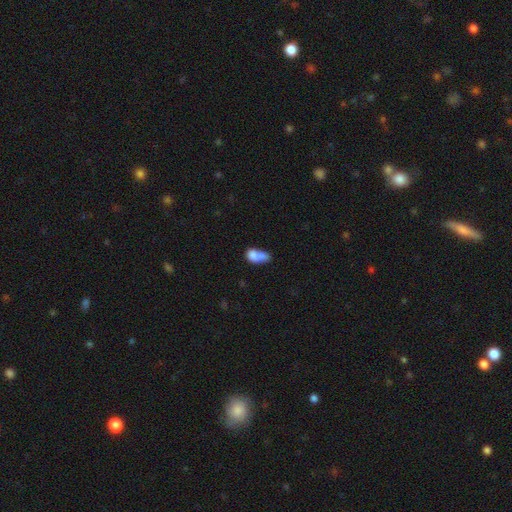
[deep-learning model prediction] Smooth or featured? Predicted: smooth (p=0.73). How rounded? Predicted: in between (p=0.79). Merging? Predicted: merger (p=0.55).